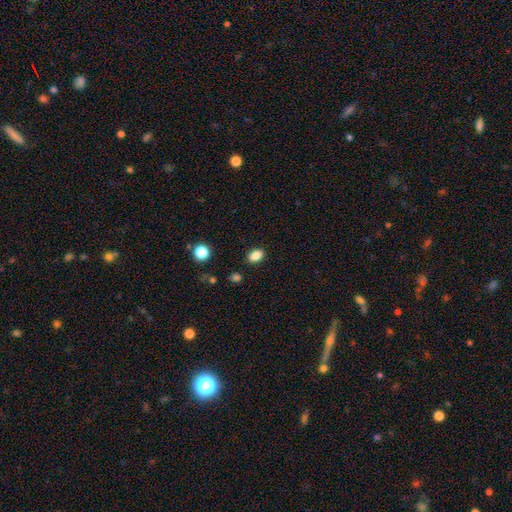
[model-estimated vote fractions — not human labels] Smooth or featured? smooth (86%)
How rounded? in between (80%)
Merging? none (87%)